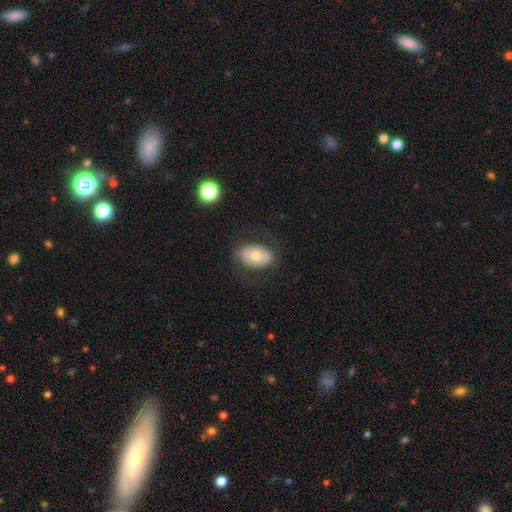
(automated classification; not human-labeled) smooth_or_featured: smooth (p=0.62) [alt: featured or disk p=0.31]
how_rounded: in between (p=0.82) [alt: round p=0.17]
merging: none (p=0.77) [alt: minor disturbance p=0.14]